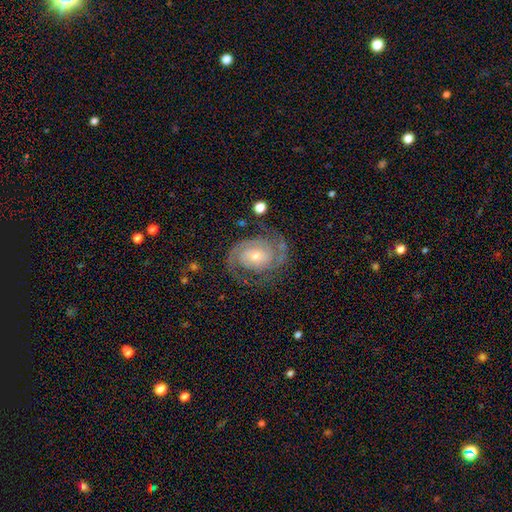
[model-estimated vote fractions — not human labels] Smooth or featured: featured or disk — 90% (star or artifact — 5%)
Edge-on disk: no — 98% (yes — 2%)
Bar: no — 63% (weak — 27%)
Spiral arms: yes — 98% (no — 2%)
Spiral winding: tight — 55% (medium — 38%)
Spiral arm count: 2 — 89% (can't tell — 3%)
Bulge size: small — 51% (moderate — 44%)
Merging: none — 78% (minor disturbance — 14%)